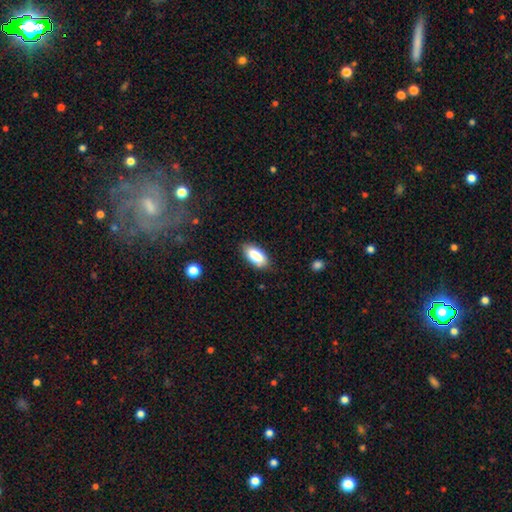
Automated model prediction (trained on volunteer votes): Q: Smooth or featured?
A: smooth (84%); runner-up: featured or disk (9%)
Q: How rounded?
A: in between (90%); runner-up: cigar-shaped (8%)
Q: Merging?
A: none (83%); runner-up: minor disturbance (13%)